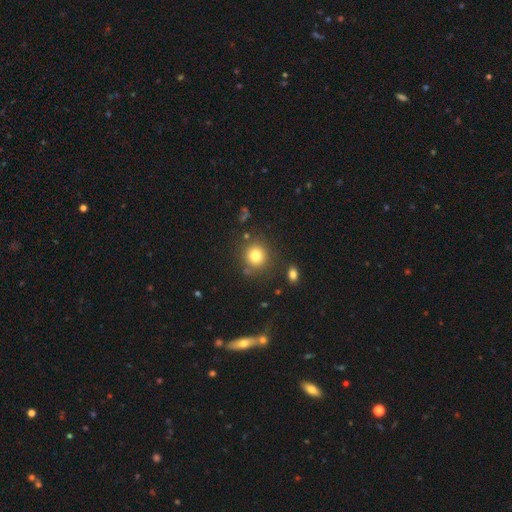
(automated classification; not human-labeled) smooth_or_featured: smooth (p=0.80) [alt: star or artifact p=0.12]
how_rounded: round (p=0.90) [alt: in between p=0.09]
merging: none (p=0.82) [alt: minor disturbance p=0.10]